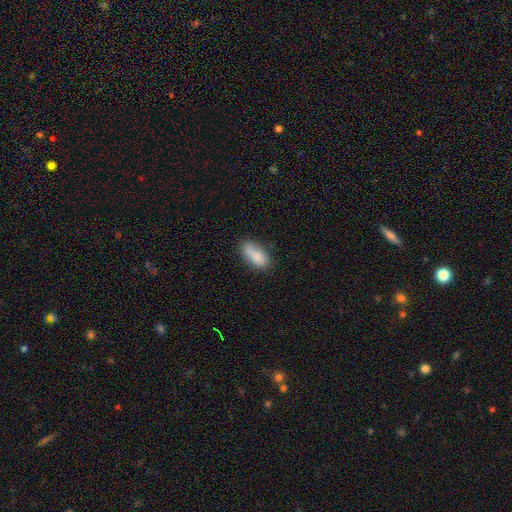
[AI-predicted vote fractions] Smooth or featured?
  - smooth: 83% *
  - featured or disk: 10%
  - star or artifact: 7%
How rounded?
  - in between: 88% *
  - cigar-shaped: 9%
  - round: 3%
Merging?
  - none: 68% *
  - minor disturbance: 22%
  - major disturbance: 6%
  - merger: 4%